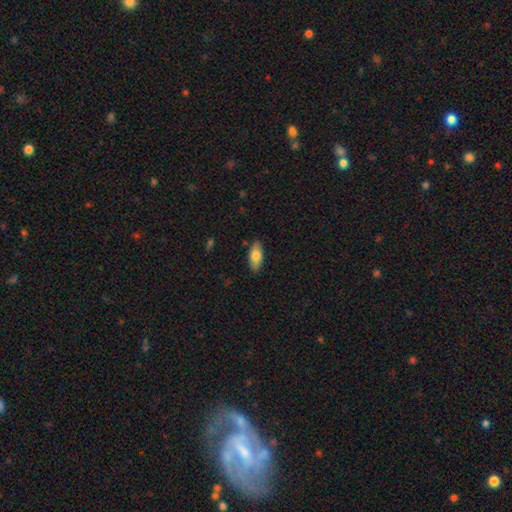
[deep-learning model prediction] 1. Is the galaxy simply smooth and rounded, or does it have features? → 77% smooth, 17% featured or disk, 6% star or artifact.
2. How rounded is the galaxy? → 84% in between, 14% cigar-shaped, 2% round.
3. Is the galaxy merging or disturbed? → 87% none, 10% minor disturbance, 2% major disturbance, 1% merger.